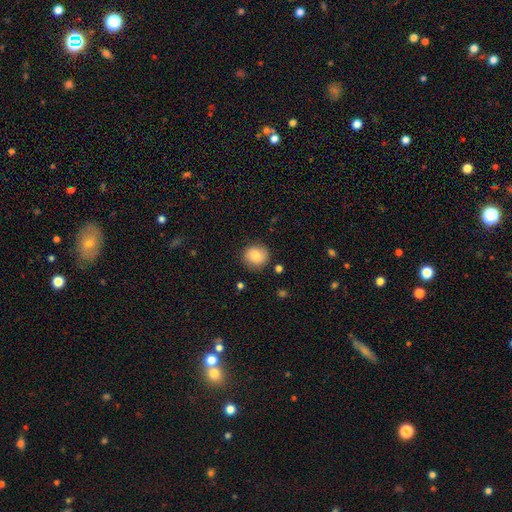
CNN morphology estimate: Smooth or featured? smooth (83%)
How rounded? round (88%)
Merging? none (84%)